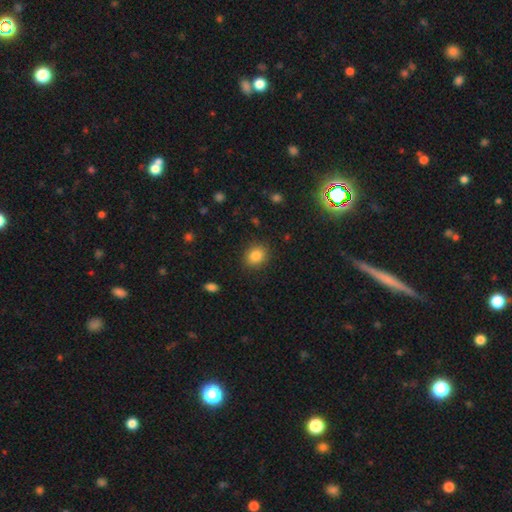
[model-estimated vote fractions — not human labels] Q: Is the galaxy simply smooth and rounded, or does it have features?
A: smooth — 85%.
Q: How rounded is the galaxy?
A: round — 58%.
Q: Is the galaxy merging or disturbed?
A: none — 87%.